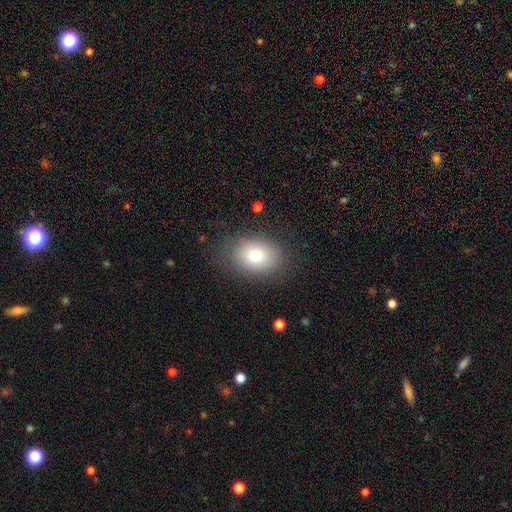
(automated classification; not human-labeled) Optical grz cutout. It shows a smooth galaxy with no disk features (76%) that is in between round and cigar-shaped (59%). Merging: none (81%).